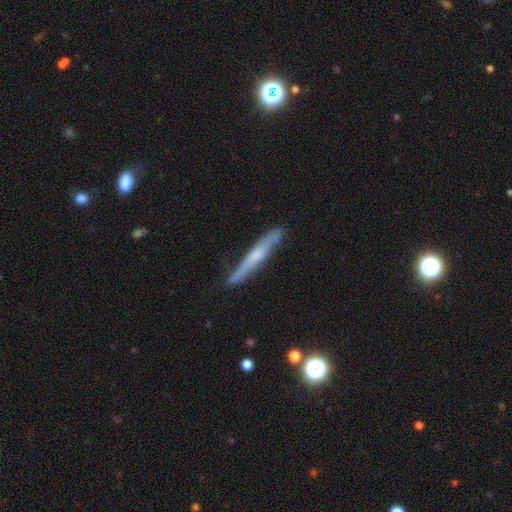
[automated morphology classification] smooth_or_featured: featured or disk (p=0.59) [alt: smooth p=0.34]
disk_edge_on: yes (p=0.93) [alt: no p=0.07]
edge_on_bulge: rounded (p=0.57) [alt: none p=0.33]
merging: none (p=0.84) [alt: minor disturbance p=0.12]